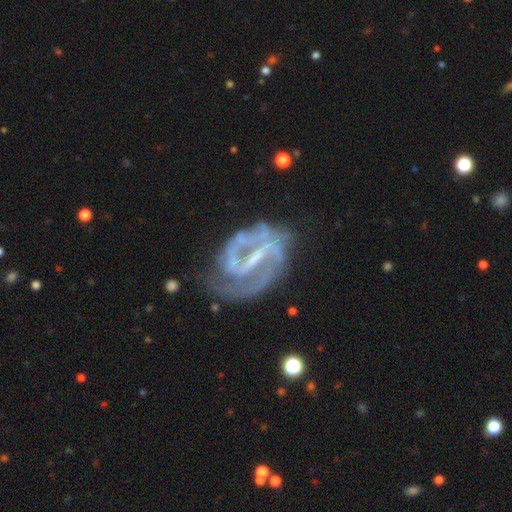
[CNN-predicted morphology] Overall: featured or disk (89%). Edge-on disk: no (97%). Bar: strong (57%; weak 33%). Spiral arms: yes (94%). Spiral arm count: 2 (78%). Spiral winding: medium (49%; tight 34%). Bulge size: small (51%; none 31%). Merging: none (62%).